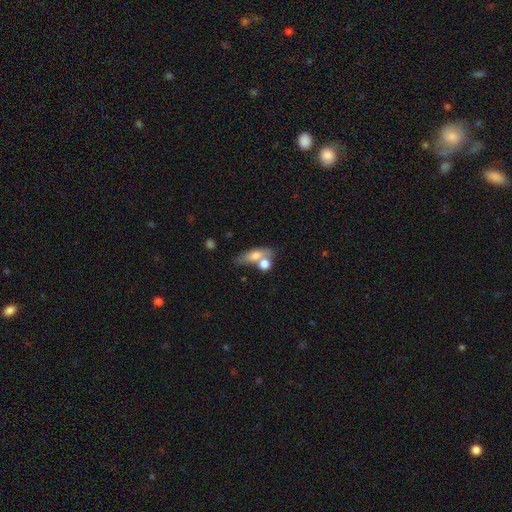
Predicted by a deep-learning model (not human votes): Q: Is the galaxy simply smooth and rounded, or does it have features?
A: smooth — 68%.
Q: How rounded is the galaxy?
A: in between — 62%.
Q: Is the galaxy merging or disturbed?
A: merger — 40%.